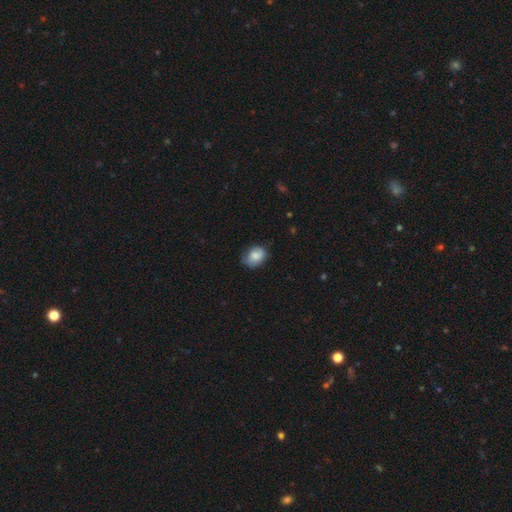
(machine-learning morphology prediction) Smooth or featured: smooth — 77% (featured or disk — 16%)
How rounded: in between — 55% (round — 44%)
Merging: none — 59% (minor disturbance — 32%)